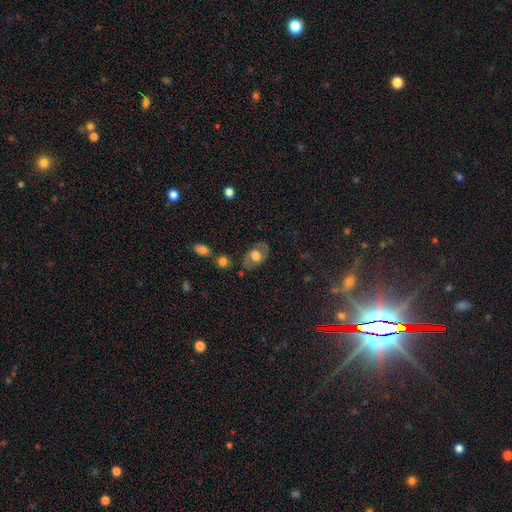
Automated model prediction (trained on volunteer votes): Morphology: type=featured or disk (46%, tied with smooth); merging=none (73%).